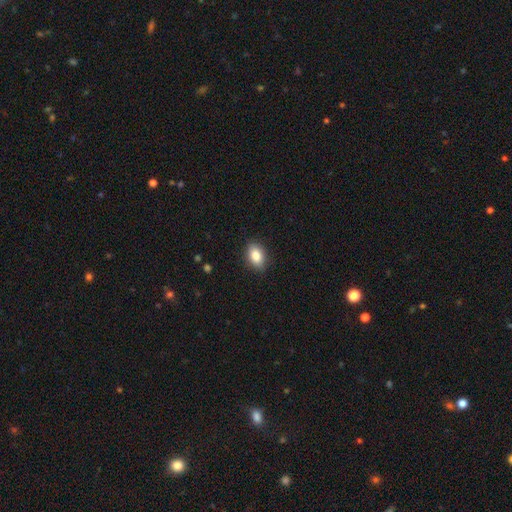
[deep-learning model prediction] Smooth or featured? Predicted: smooth (p=0.85). How rounded? Predicted: in between (p=0.85). Merging? Predicted: none (p=0.88).